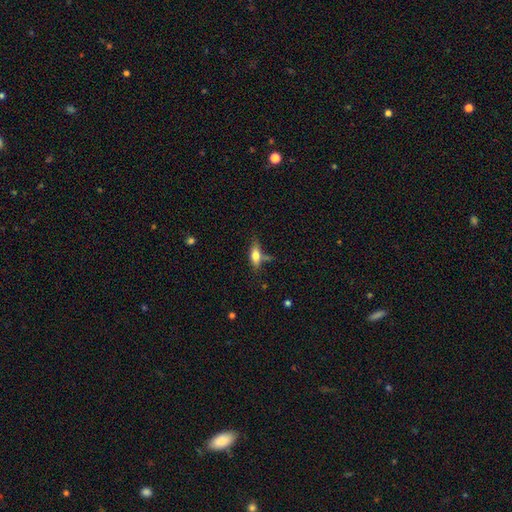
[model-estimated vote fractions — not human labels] Smooth or featured?
  - smooth: 65% *
  - featured or disk: 27%
  - star or artifact: 8%
How rounded?
  - in between: 66% *
  - cigar-shaped: 30%
  - round: 4%
Merging?
  - none: 57% *
  - minor disturbance: 22%
  - merger: 13%
  - major disturbance: 9%